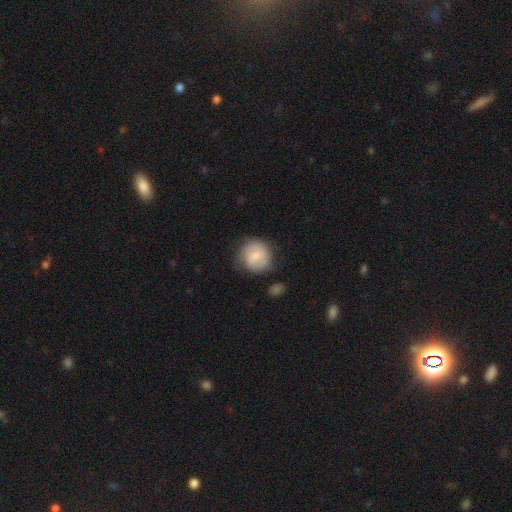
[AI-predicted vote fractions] Q: Smooth or featured?
A: smooth (62%); runner-up: featured or disk (32%)
Q: How rounded?
A: round (85%); runner-up: in between (14%)
Q: Merging?
A: none (63%); runner-up: minor disturbance (25%)